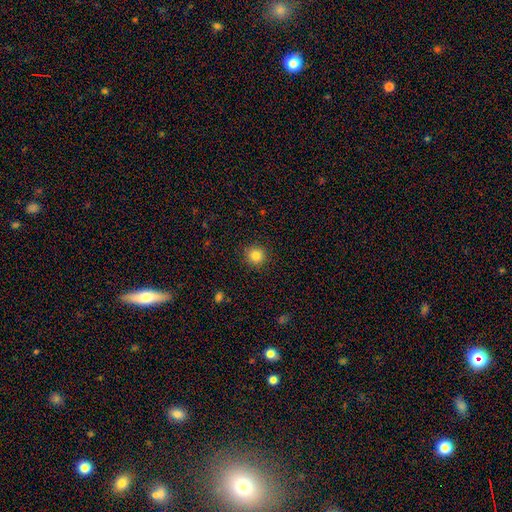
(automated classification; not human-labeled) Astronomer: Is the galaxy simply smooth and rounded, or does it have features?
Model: smooth — 84%.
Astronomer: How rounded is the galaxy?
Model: round — 93%.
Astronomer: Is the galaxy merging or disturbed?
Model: none — 91%.